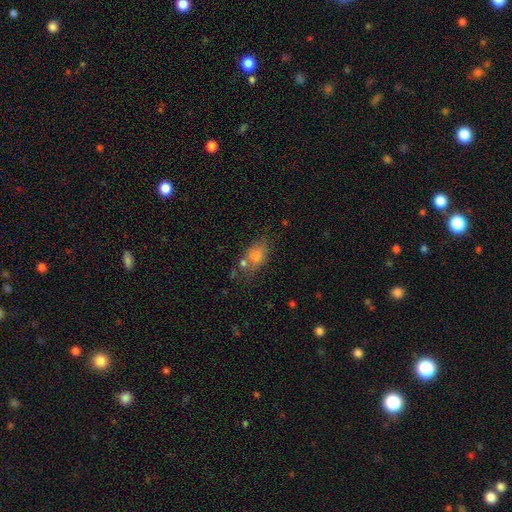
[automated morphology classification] This appears to be a smooth galaxy with no disk features (71%) that is in between round and cigar-shaped (74%). Merging: none (55%).